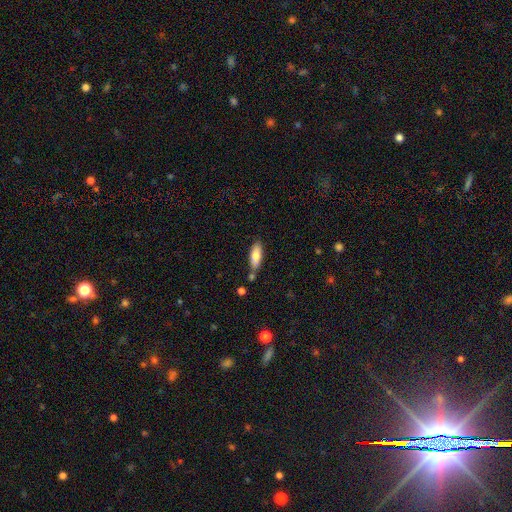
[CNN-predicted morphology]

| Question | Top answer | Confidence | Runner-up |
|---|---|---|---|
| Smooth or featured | smooth | 76% | featured or disk (18%) |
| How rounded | in between | 64% | cigar-shaped (35%) |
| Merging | none | 68% | minor disturbance (17%) |